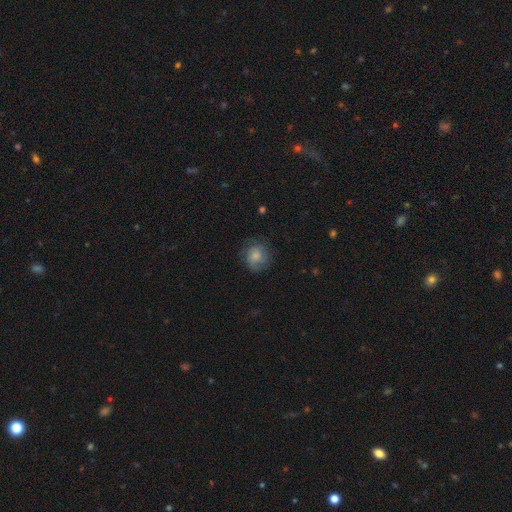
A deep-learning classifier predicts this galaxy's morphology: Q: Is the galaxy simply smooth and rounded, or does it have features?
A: smooth — 67%.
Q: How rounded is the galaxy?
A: round — 84%.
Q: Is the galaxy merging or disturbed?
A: none — 69%.